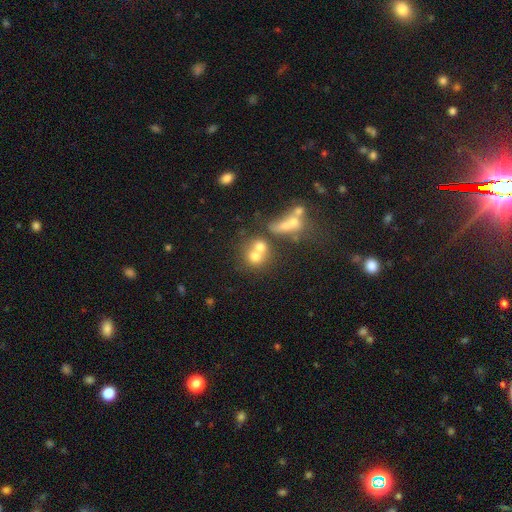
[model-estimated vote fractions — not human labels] This appears to be a smooth galaxy with no disk features (63%) that is round (77%). Merging: merger (55%).